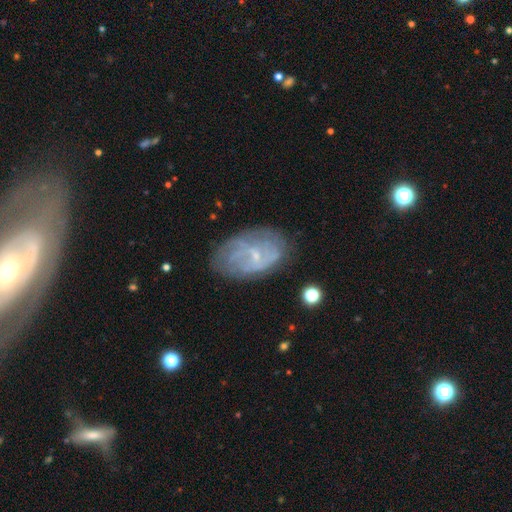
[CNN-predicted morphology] Smooth or featured? featured or disk (69%)
Edge-on disk? no (95%)
Bar? no (48%)
Spiral arms? yes (76%)
Spiral winding? tight (40%)
Spiral arm count? can't tell (49%)
Bulge size? small (78%)
Merging? none (69%)